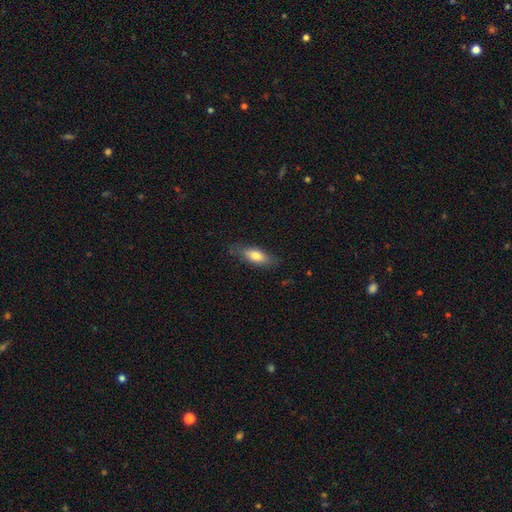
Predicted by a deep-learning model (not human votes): This appears to be a smooth galaxy with no disk features (75%) that is in between round and cigar-shaped (71%). Merging: none (77%).